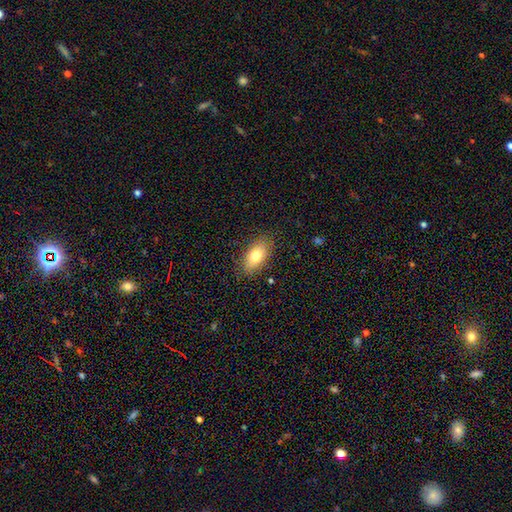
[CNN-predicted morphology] Q: Smooth or featured?
A: smooth (76%); runner-up: featured or disk (16%)
Q: How rounded?
A: in between (88%); runner-up: round (6%)
Q: Merging?
A: none (85%); runner-up: minor disturbance (11%)